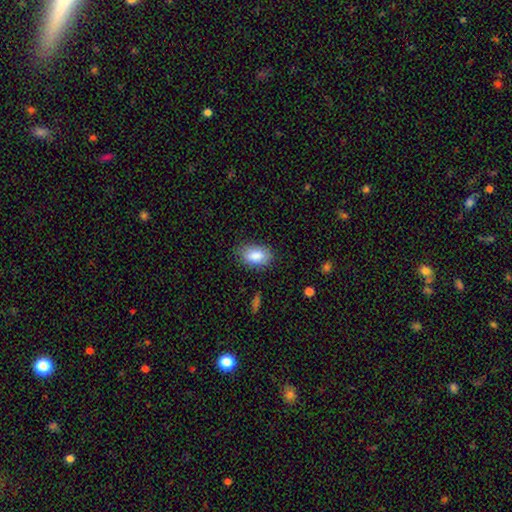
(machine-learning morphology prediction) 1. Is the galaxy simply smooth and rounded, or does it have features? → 86% smooth, 7% star or artifact, 7% featured or disk.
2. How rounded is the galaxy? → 92% in between, 6% round, 2% cigar-shaped.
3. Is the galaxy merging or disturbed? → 78% none, 17% minor disturbance, 4% major disturbance, 1% merger.